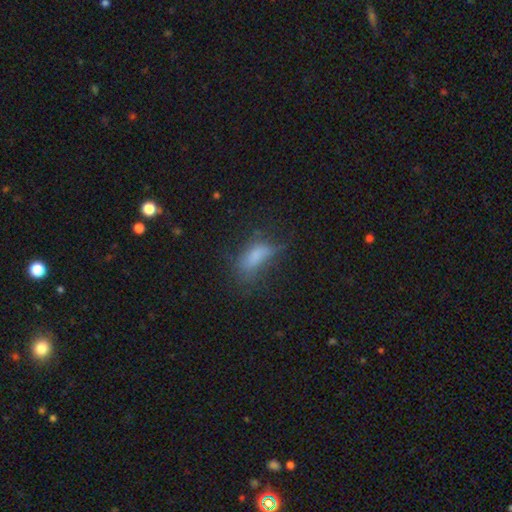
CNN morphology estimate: Overall: smooth (66%). How rounded: in between (80%). Merging: none (40%; major disturbance 28%).